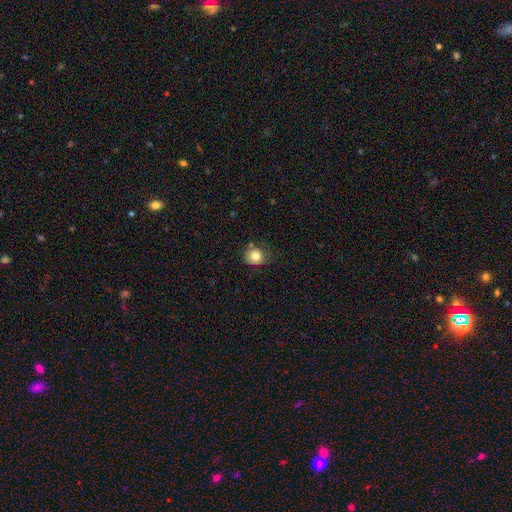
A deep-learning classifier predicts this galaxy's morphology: Smooth or featured? smooth (80%)
How rounded? round (84%)
Merging? none (71%)